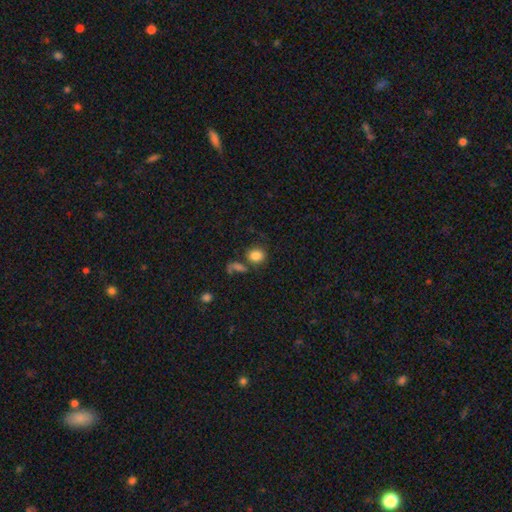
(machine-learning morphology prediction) A smooth galaxy with no disk features (84%) that is round (70%). Merging: none (65%).